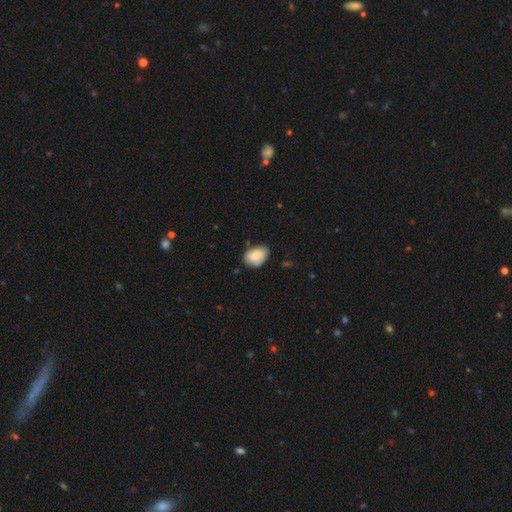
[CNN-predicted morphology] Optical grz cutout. It shows a smooth galaxy with no disk features (80%) that is in between round and cigar-shaped (85%). Merging: none (68%).